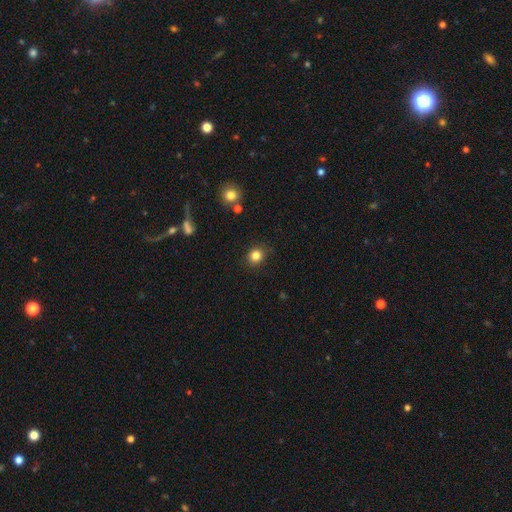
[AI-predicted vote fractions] A smooth galaxy with no disk features (83%) that is round (85%). Merging: none (88%).